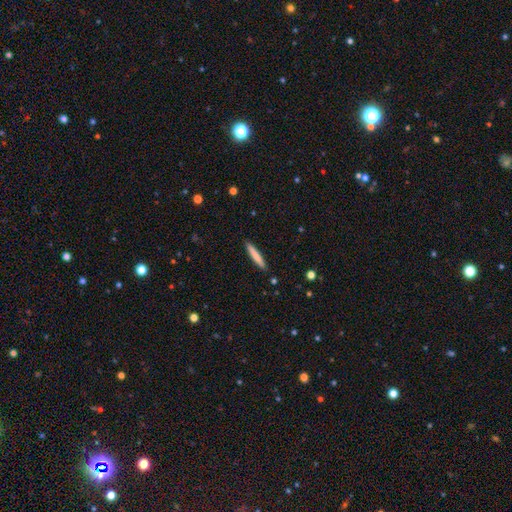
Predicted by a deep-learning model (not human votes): smooth_or_featured: smooth (p=0.77) [alt: featured or disk p=0.18]
how_rounded: cigar-shaped (p=0.94) [alt: in between p=0.04]
merging: none (p=0.92) [alt: minor disturbance p=0.06]